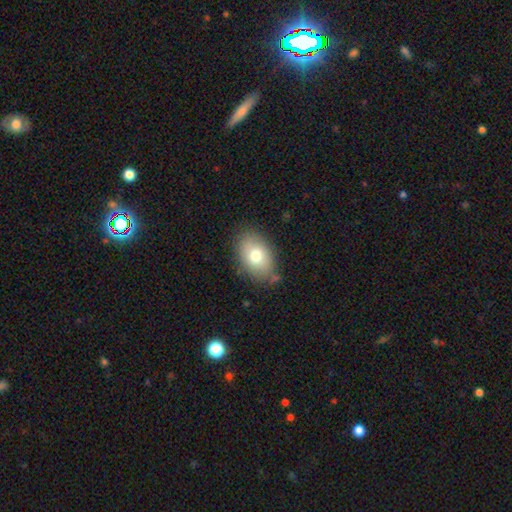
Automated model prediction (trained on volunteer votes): smooth-or-featured: smooth: 74% | featured or disk: 17% | star or artifact: 9%
  how-rounded: in between: 84% | round: 14% | cigar-shaped: 1%
  merging: none: 79% | minor disturbance: 15% | major disturbance: 4% | merger: 3%